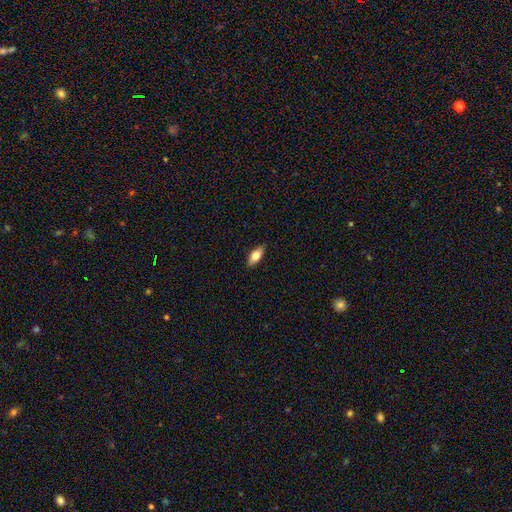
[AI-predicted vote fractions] smooth-or-featured: smooth: 69% | featured or disk: 24% | star or artifact: 6%
  how-rounded: in between: 79% | cigar-shaped: 18% | round: 3%
  merging: none: 88% | minor disturbance: 9% | major disturbance: 2% | merger: 1%